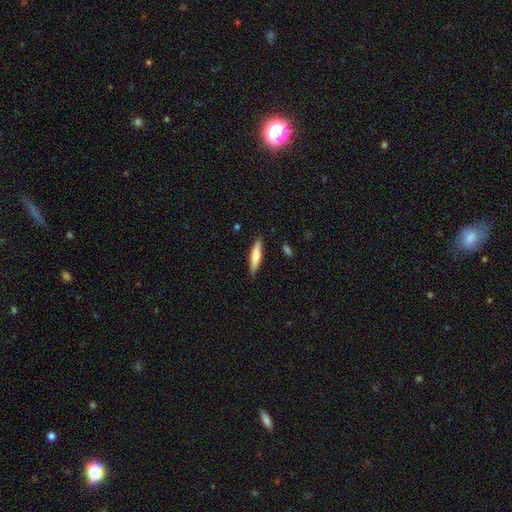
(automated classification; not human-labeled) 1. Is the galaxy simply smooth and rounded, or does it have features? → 73% smooth, 22% featured or disk, 5% star or artifact.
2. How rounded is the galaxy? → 81% cigar-shaped, 18% in between, 1% round.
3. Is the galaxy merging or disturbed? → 87% none, 10% minor disturbance, 2% major disturbance, 1% merger.